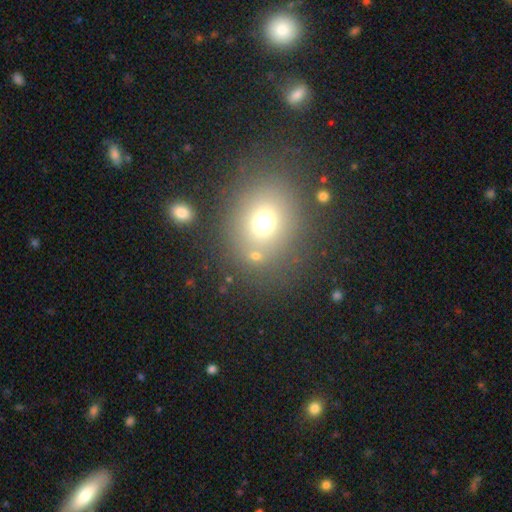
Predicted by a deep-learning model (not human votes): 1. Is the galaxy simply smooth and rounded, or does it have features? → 64% smooth, 25% star or artifact, 11% featured or disk.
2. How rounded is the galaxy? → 75% round, 23% in between, 1% cigar-shaped.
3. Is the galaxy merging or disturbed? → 73% none, 12% merger, 10% minor disturbance, 5% major disturbance.